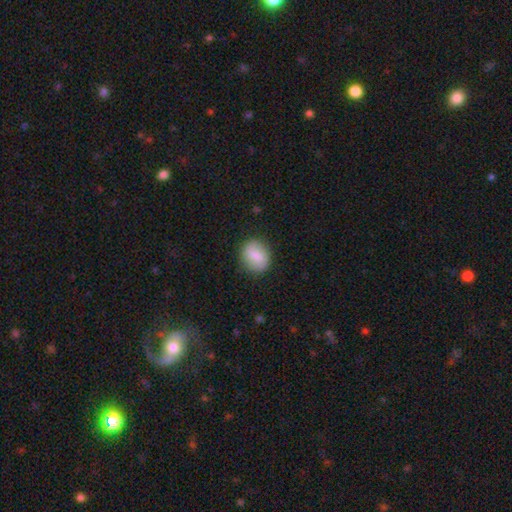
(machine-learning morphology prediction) The model was most divided on "how rounded": round: 56%, in between: 43%, cigar-shaped: 1%. More confident: merging — none (84%); smooth or featured — smooth (80%).